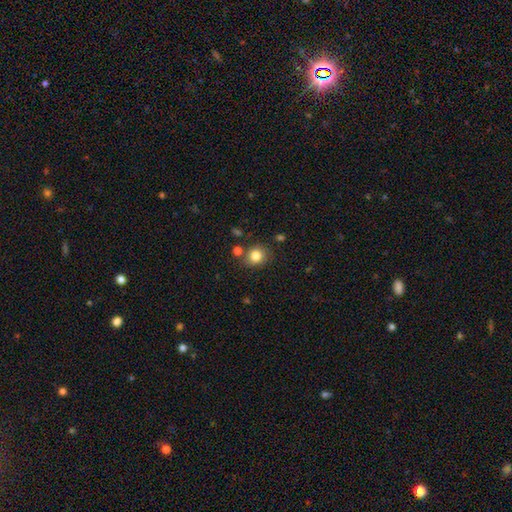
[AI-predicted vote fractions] smooth_or_featured: smooth (p=0.82) [alt: star or artifact p=0.11]
how_rounded: round (p=0.77) [alt: in between p=0.23]
merging: none (p=0.77) [alt: minor disturbance p=0.12]